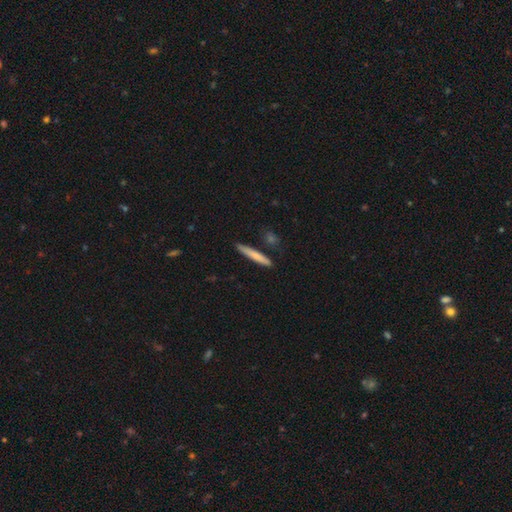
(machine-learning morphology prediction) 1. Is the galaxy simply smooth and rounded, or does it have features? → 73% smooth, 22% featured or disk, 5% star or artifact.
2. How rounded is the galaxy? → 94% cigar-shaped, 4% in between, 1% round.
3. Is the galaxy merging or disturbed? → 85% none, 10% minor disturbance, 3% merger, 2% major disturbance.